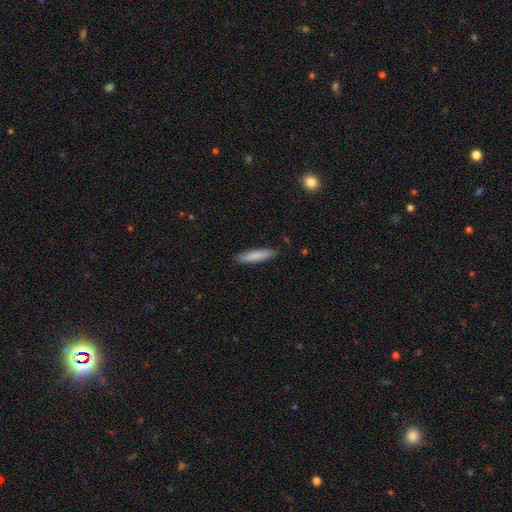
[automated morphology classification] smooth-or-featured: smooth: 83% | featured or disk: 12% | star or artifact: 6%
  how-rounded: cigar-shaped: 85% | in between: 14% | round: 1%
  merging: none: 88% | minor disturbance: 9% | major disturbance: 2% | merger: 1%